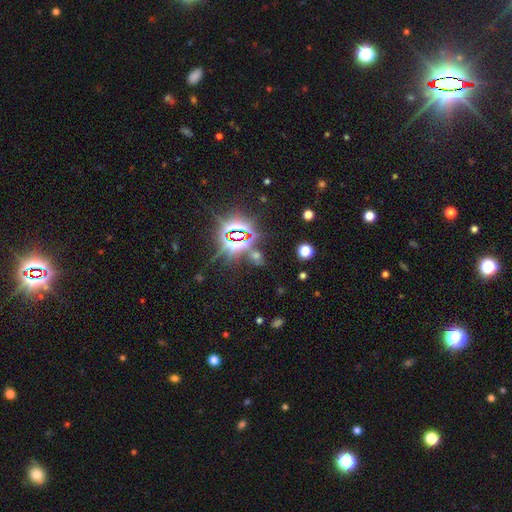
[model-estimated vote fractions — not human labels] Smooth or featured? Predicted: star or artifact (p=0.66).